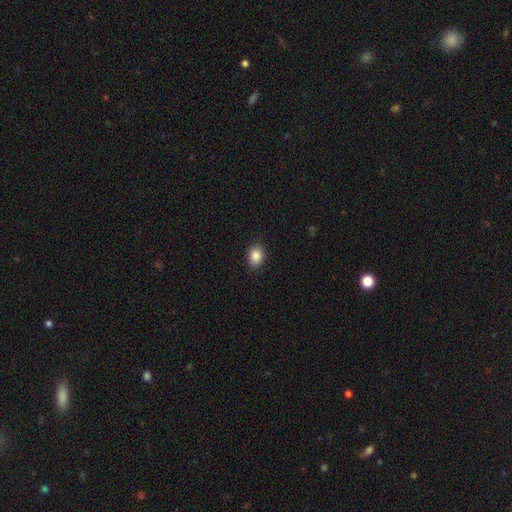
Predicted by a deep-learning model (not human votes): smooth_or_featured: smooth (p=0.87) [alt: star or artifact p=0.08]
how_rounded: in between (p=0.67) [alt: round p=0.32]
merging: none (p=0.88) [alt: minor disturbance p=0.09]